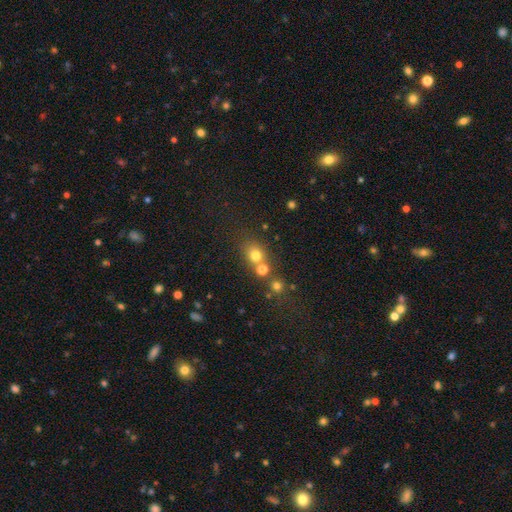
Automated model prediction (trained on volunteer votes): Smooth or featured: smooth — 73% (star or artifact — 18%)
How rounded: round — 68% (in between — 30%)
Merging: none — 58% (merger — 27%)